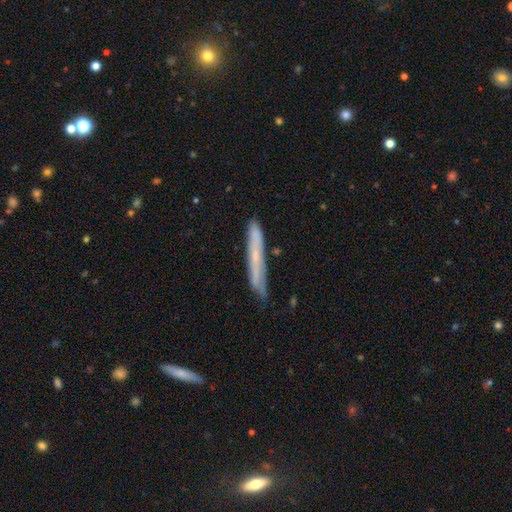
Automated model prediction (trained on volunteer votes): This appears to be a smooth galaxy with no disk features (51%) that is cigar-shaped (96%). Merging: none (75%).